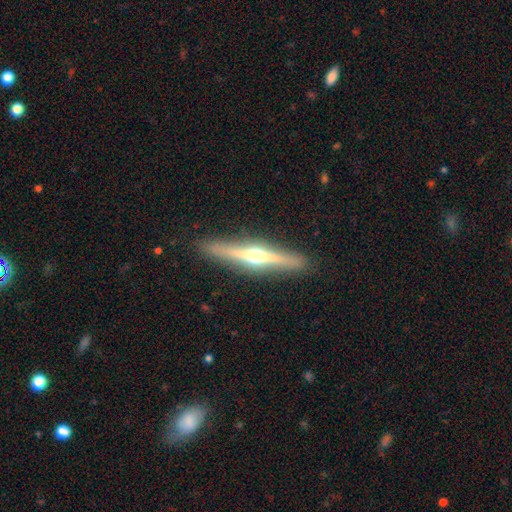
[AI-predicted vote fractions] Smooth or featured? Predicted: featured or disk (p=0.76). Edge-on disk? Predicted: yes (p=0.97). Edge-on bulge? Predicted: rounded (p=0.95). Merging? Predicted: none (p=0.90).